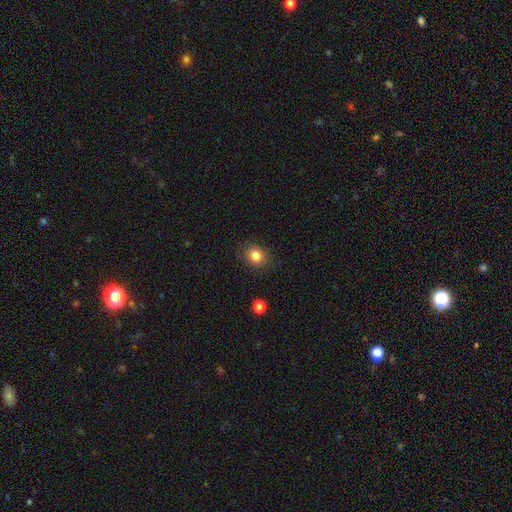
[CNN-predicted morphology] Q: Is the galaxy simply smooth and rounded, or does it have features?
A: smooth — 82%.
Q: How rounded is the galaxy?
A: round — 68%.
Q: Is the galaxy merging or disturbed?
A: none — 83%.